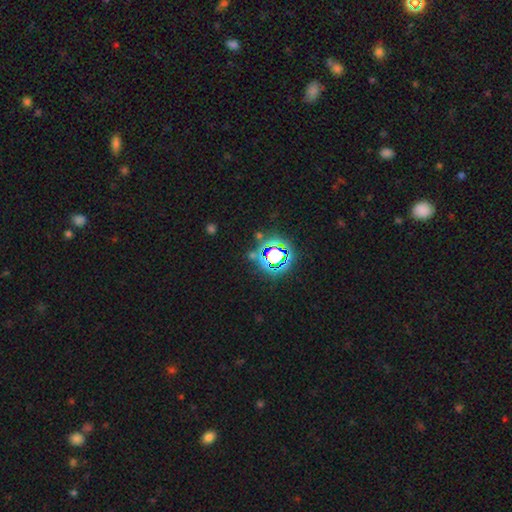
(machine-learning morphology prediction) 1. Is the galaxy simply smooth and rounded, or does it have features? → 75% star or artifact, 17% smooth, 8% featured or disk.